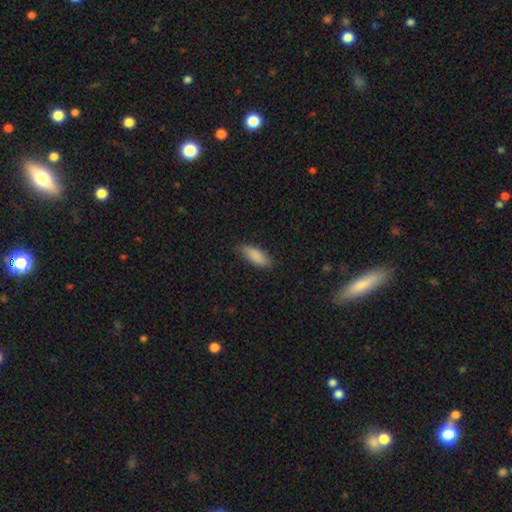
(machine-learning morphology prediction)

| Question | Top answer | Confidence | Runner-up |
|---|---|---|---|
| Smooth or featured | smooth | 88% | featured or disk (6%) |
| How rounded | in between | 70% | cigar-shaped (28%) |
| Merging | none | 83% | minor disturbance (14%) |